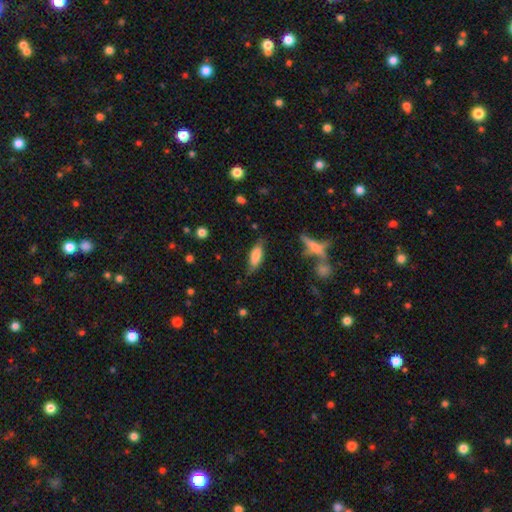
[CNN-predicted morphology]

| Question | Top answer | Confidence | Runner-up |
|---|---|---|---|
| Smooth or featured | smooth | 74% | featured or disk (19%) |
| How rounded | in between | 69% | cigar-shaped (29%) |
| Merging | none | 64% | minor disturbance (26%) |